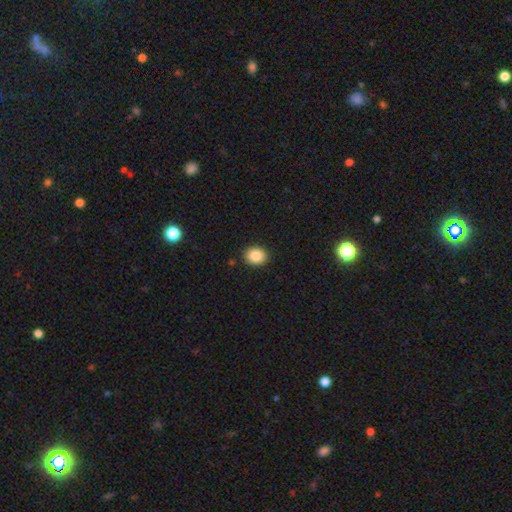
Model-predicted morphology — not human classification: Overall: smooth (86%). How rounded: round (68%; in between 31%). Merging: none (91%).